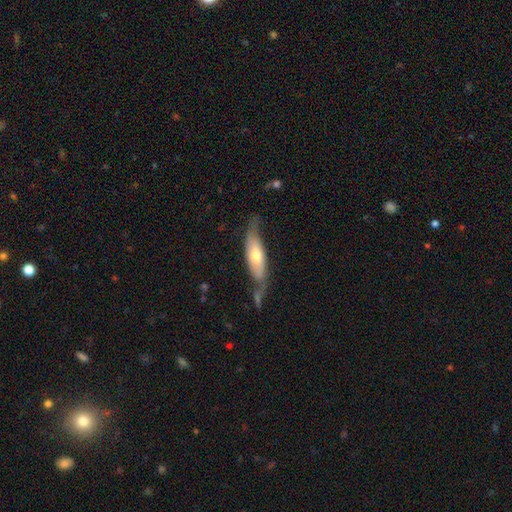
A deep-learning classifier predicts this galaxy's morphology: Smooth or featured? Predicted: smooth (p=0.49). Merging? Predicted: none (p=0.49).